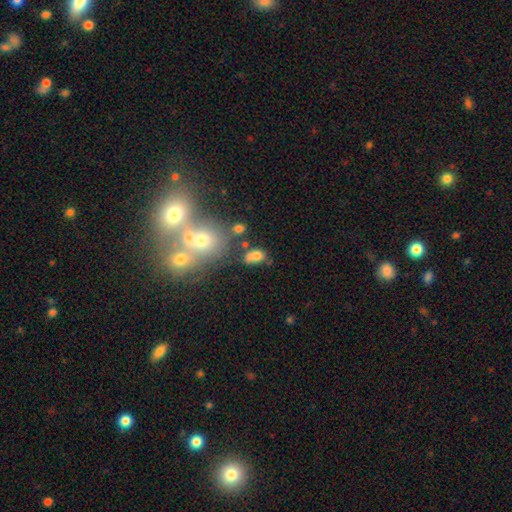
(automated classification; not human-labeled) smooth-or-featured: smooth: 73% | star or artifact: 14% | featured or disk: 13%
  how-rounded: in between: 78% | round: 20% | cigar-shaped: 2%
  merging: none: 49% | minor disturbance: 21% | merger: 20% | major disturbance: 10%